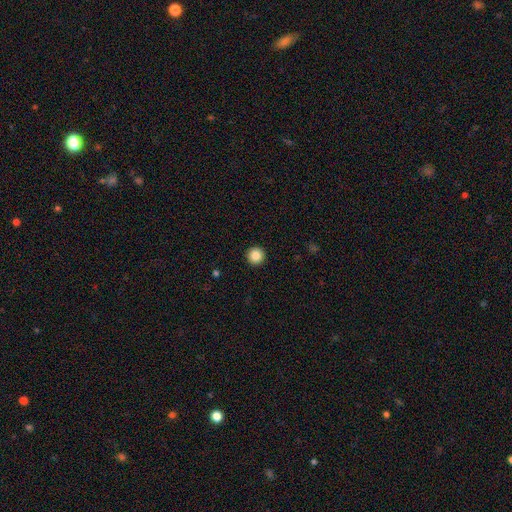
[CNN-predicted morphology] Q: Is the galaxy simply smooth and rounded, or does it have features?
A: smooth — 86%.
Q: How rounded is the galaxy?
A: round — 96%.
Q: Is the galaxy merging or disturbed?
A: none — 94%.